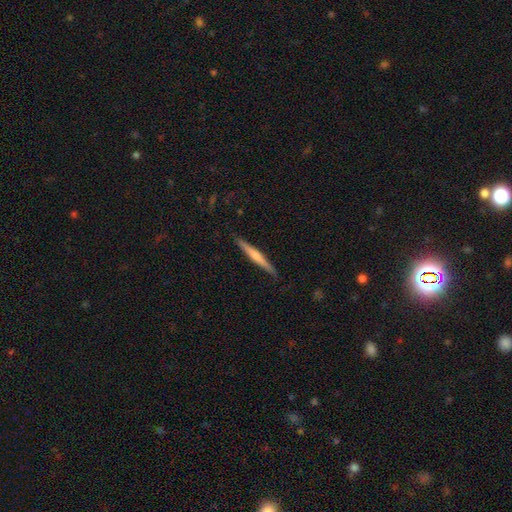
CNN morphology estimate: Smooth or featured? Predicted: featured or disk (p=0.55). Edge-on disk? Predicted: yes (p=0.97). Edge-on bulge? Predicted: rounded (p=0.59). Merging? Predicted: none (p=0.90).